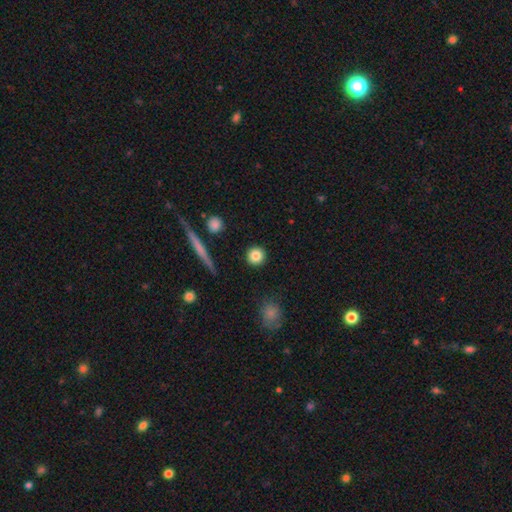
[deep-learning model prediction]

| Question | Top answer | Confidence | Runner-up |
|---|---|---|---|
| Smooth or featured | smooth | 84% | star or artifact (9%) |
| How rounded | round | 93% | in between (5%) |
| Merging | none | 91% | minor disturbance (6%) |